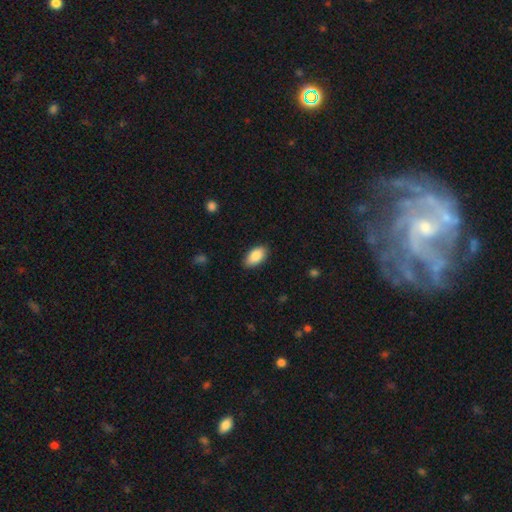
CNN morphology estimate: A smooth galaxy with no disk features (88%) that is in between round and cigar-shaped (94%). Merging: none (86%).